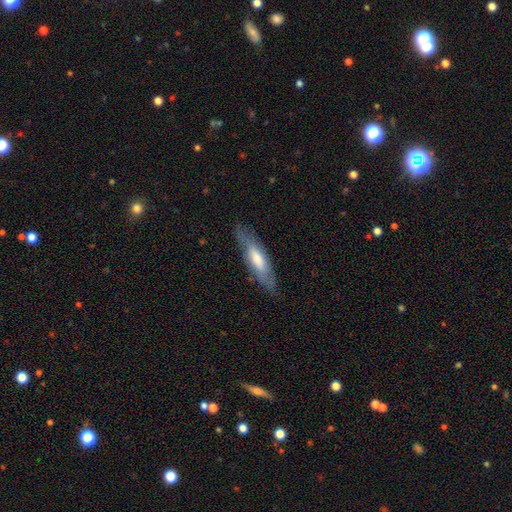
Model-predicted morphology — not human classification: A featured or disk galaxy (49%).

Vote fractions:
- Smooth or featured? featured or disk: 49% / smooth: 44% / star or artifact: 6%
- Merging? none: 81% / minor disturbance: 14% / major disturbance: 4% / merger: 1%